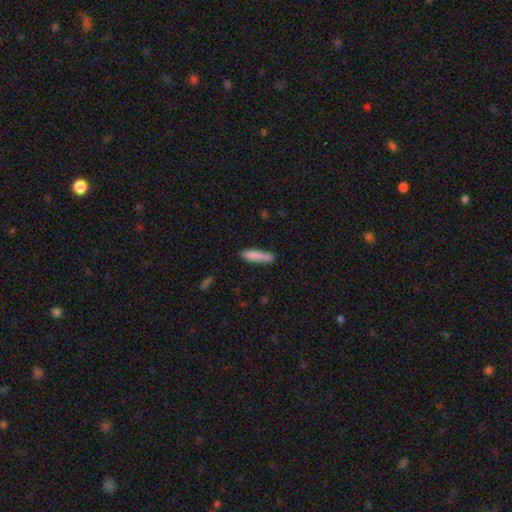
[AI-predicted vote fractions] Smooth or featured? smooth (86%)
How rounded? cigar-shaped (78%)
Merging? none (78%)